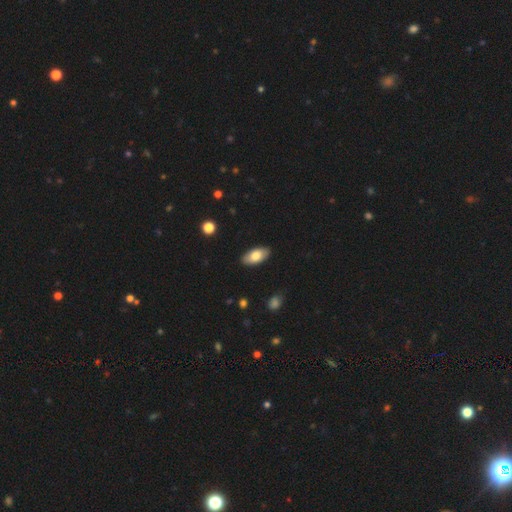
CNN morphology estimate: Smooth or featured: smooth — 78% (featured or disk — 16%)
How rounded: in between — 93% (cigar-shaped — 5%)
Merging: none — 88% (minor disturbance — 9%)